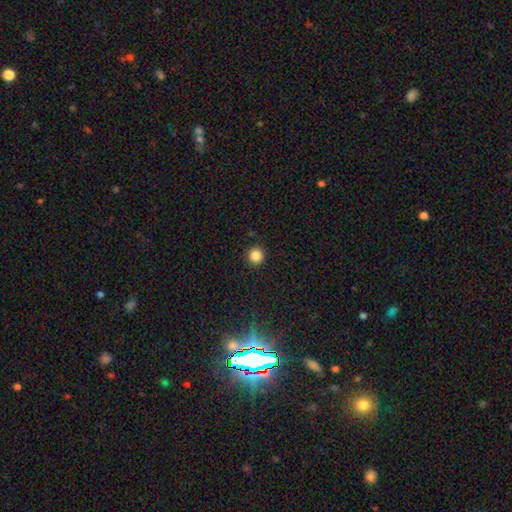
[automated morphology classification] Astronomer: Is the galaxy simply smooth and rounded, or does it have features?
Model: smooth — 84%.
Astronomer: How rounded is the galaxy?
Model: round — 95%.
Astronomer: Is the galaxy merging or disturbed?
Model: none — 92%.